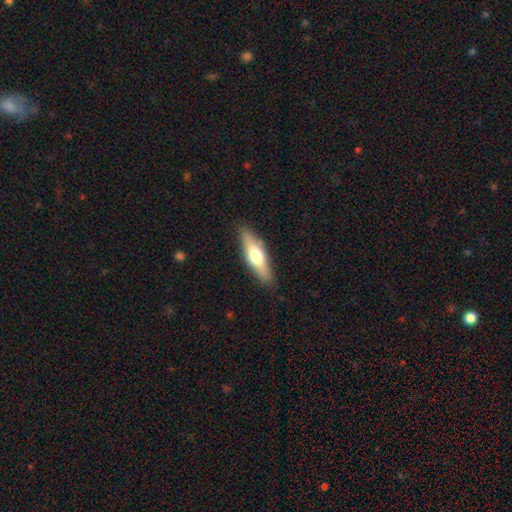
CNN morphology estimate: Overall: smooth (53%; featured or disk 41%). How rounded: cigar-shaped (60%; in between 38%). Merging: none (87%).